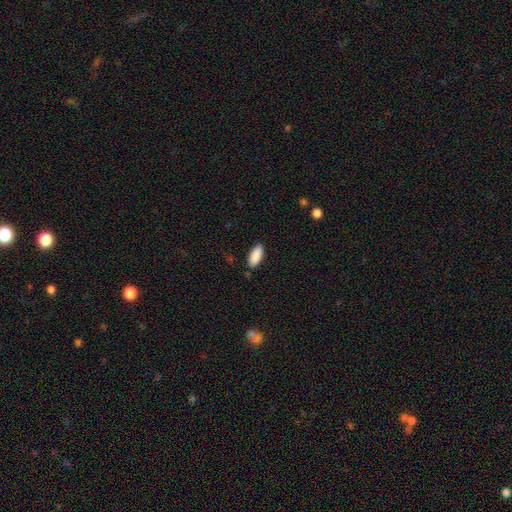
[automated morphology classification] Smooth or featured? smooth (90%)
How rounded? in between (85%)
Merging? none (87%)